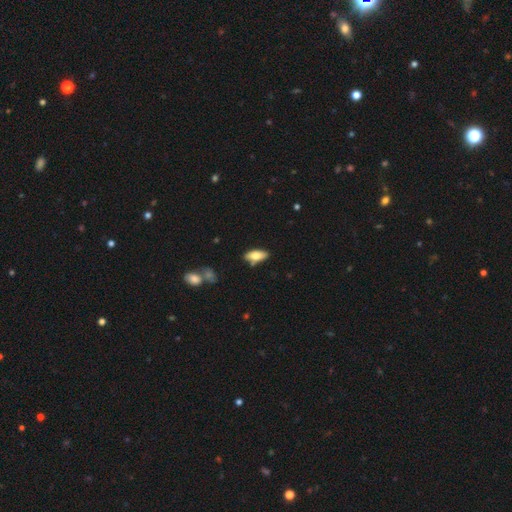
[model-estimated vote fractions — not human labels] A smooth galaxy with no disk features (73%) that is in between round and cigar-shaped (82%). Merging: none (79%).